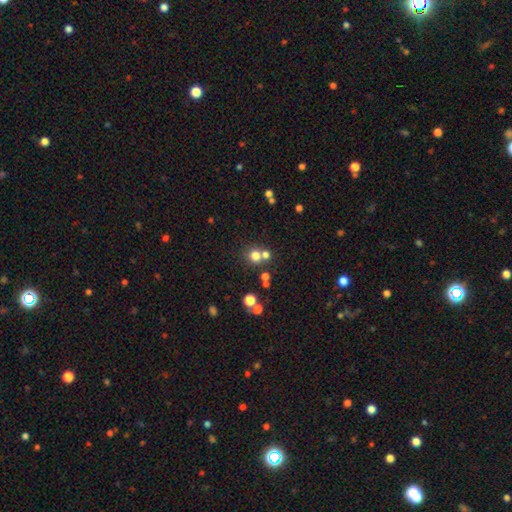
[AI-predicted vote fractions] Q: Smooth or featured?
A: smooth (72%); runner-up: star or artifact (18%)
Q: How rounded?
A: round (89%); runner-up: in between (10%)
Q: Merging?
A: none (60%); runner-up: merger (29%)